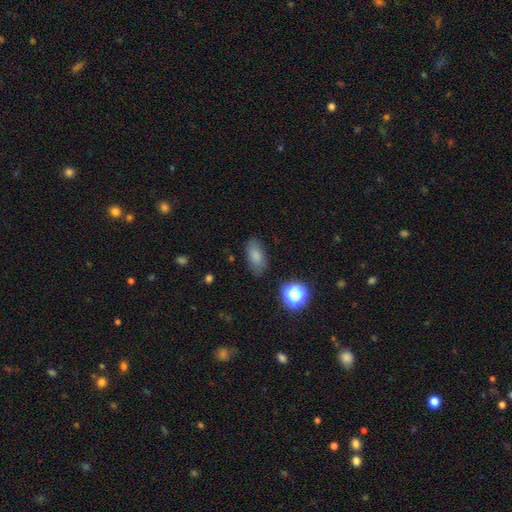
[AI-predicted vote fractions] smooth 80%, star or artifact 11%, featured or disk 9%. Down the decision tree: how rounded — in between (88%); merging — none (77%).